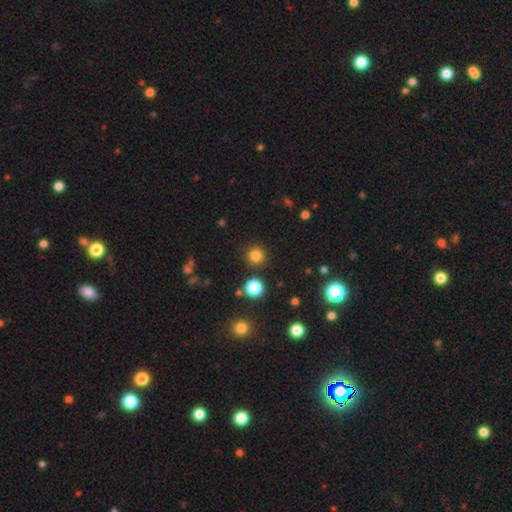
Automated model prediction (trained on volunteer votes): Morphology: type=smooth (81%); roundness=round (94%); merging=none (90%).